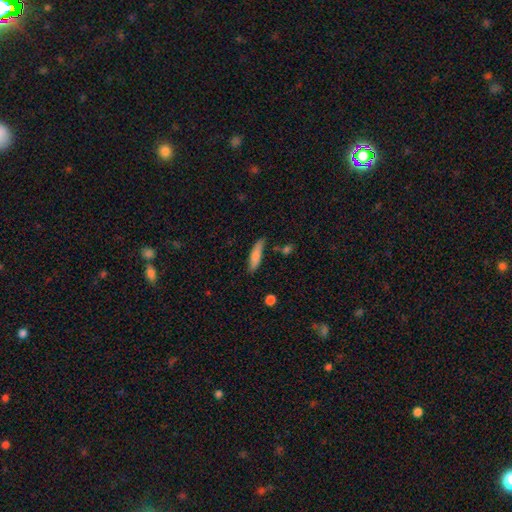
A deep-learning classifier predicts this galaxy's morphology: Smooth or featured: smooth — 80% (featured or disk — 14%)
How rounded: cigar-shaped — 71% (in between — 27%)
Merging: none — 74% (minor disturbance — 19%)